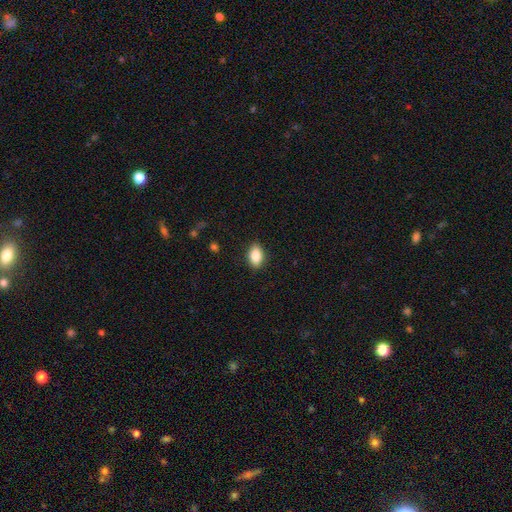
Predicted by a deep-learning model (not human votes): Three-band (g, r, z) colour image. It shows a smooth galaxy with no disk features (84%) that is in between round and cigar-shaped (87%). Merging: none (88%).